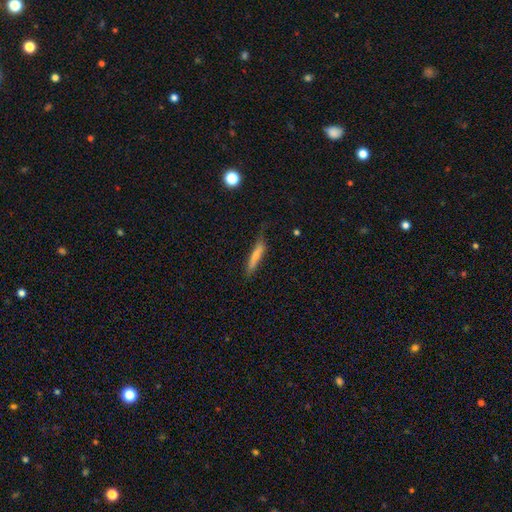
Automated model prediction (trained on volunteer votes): Overall: smooth (72%). How rounded: cigar-shaped (90%). Merging: none (67%).